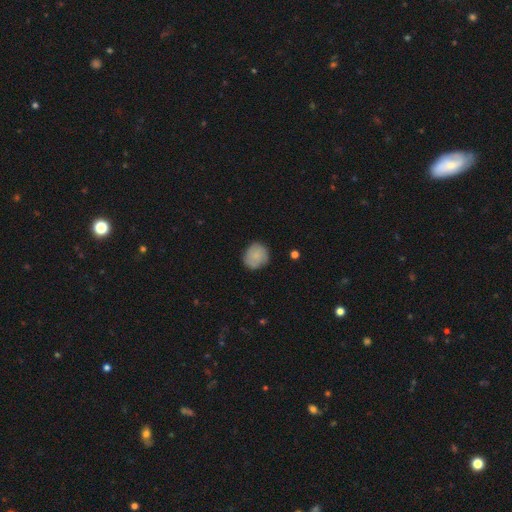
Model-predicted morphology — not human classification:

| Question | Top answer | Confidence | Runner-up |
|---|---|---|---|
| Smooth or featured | smooth | 80% | featured or disk (13%) |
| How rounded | round | 83% | in between (16%) |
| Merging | none | 81% | minor disturbance (15%) |